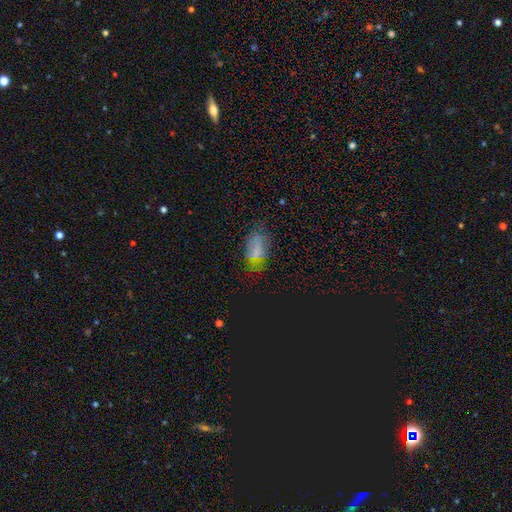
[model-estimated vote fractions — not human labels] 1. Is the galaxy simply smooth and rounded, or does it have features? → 58% smooth, 25% star or artifact, 17% featured or disk.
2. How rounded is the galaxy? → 87% in between, 7% cigar-shaped, 6% round.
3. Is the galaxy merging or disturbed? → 66% none, 22% minor disturbance, 9% major disturbance, 2% merger.